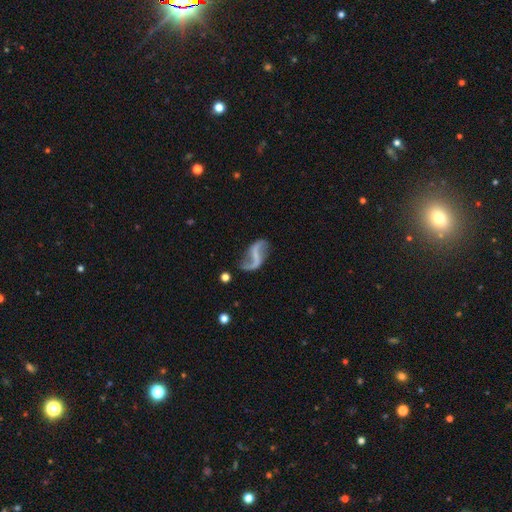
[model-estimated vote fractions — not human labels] This appears to be a featured or disk galaxy (86%) with a strong bar (38%, tied with weak), 2 (91%) loose (89%) spiral arms (92%) and no central bulge (62%). Merging: none (70%).